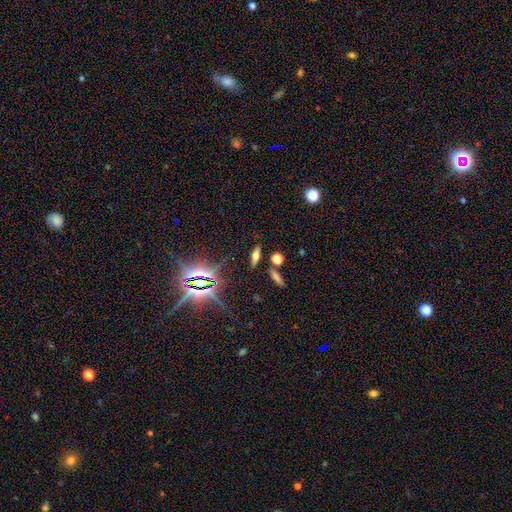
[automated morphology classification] Smooth or featured?
  - smooth: 44% *
  - featured or disk: 30%
  - star or artifact: 26%
Merging?
  - none: 82% *
  - minor disturbance: 10%
  - merger: 5%
  - major disturbance: 3%